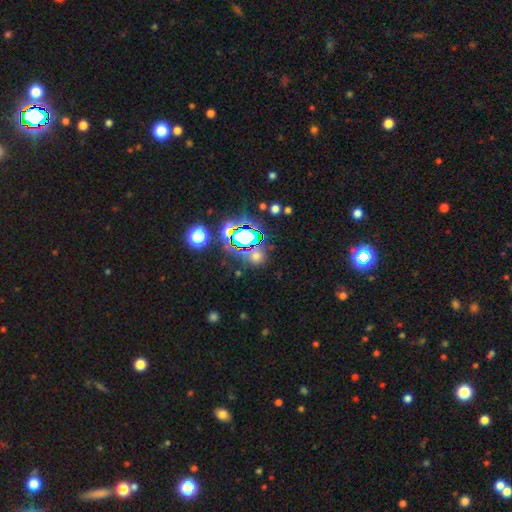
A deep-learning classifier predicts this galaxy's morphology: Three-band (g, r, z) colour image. It shows a star or artifact, not a galaxy (45%, tied with smooth).